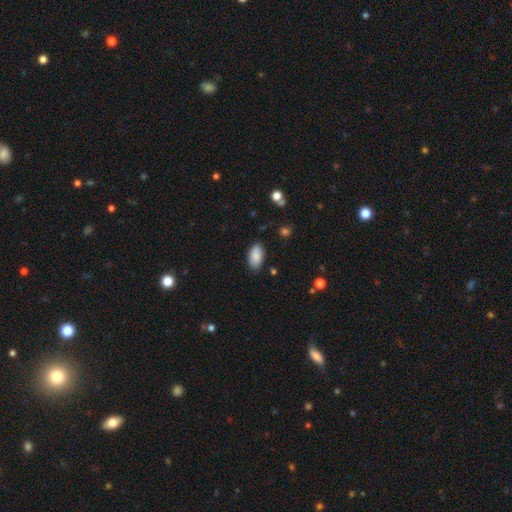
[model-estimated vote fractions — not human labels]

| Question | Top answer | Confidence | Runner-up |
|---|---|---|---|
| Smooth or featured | smooth | 86% | star or artifact (7%) |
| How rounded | in between | 95% | round (3%) |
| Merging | none | 83% | minor disturbance (13%) |